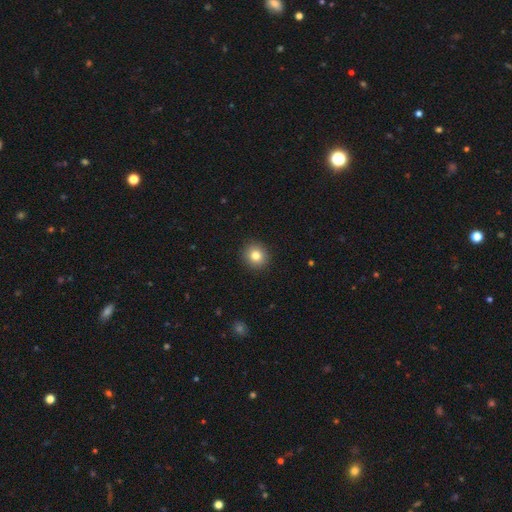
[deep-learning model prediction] smooth 81%, star or artifact 11%, featured or disk 8%. Down the decision tree: how rounded — round (91%); merging — none (92%).